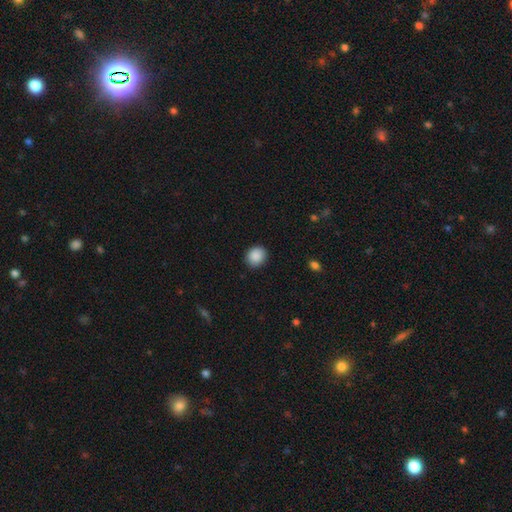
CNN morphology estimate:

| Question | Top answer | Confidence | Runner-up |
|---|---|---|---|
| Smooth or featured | smooth | 89% | star or artifact (8%) |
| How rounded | round | 76% | in between (23%) |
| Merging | none | 89% | minor disturbance (8%) |